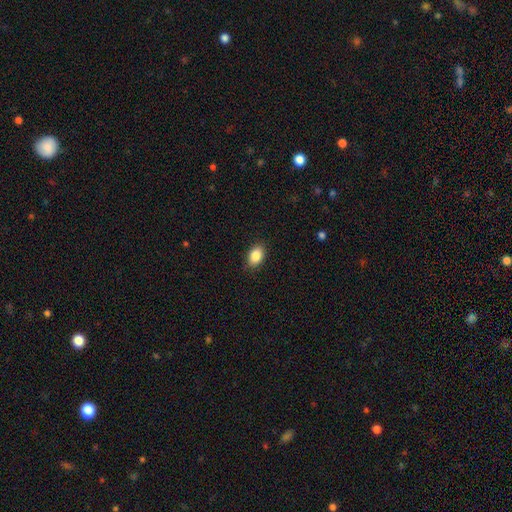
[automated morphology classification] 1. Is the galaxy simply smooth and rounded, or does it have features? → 87% smooth, 8% star or artifact, 5% featured or disk.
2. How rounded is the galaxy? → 86% in between, 13% round, 1% cigar-shaped.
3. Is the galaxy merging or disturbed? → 87% none, 10% minor disturbance, 2% major disturbance, 1% merger.